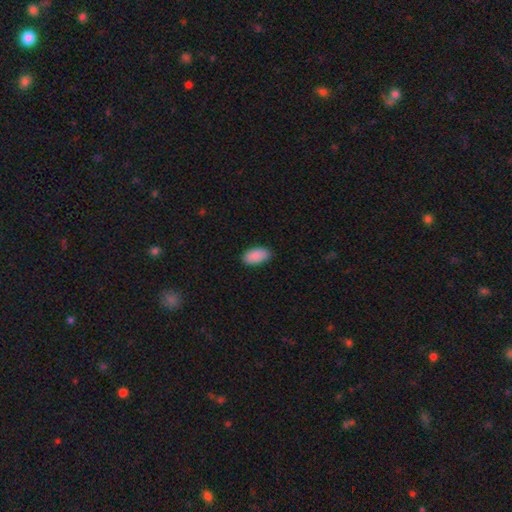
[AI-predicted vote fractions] Overall: smooth (90%). How rounded: in between (95%). Merging: none (85%).